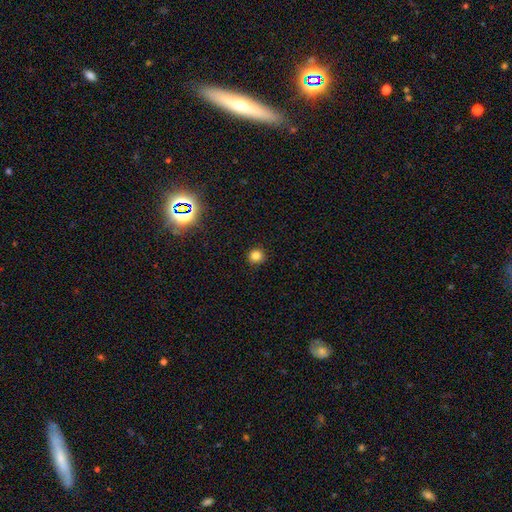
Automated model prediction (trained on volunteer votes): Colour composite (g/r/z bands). It shows a smooth galaxy with no disk features (81%) that is round (93%). Merging: none (91%).